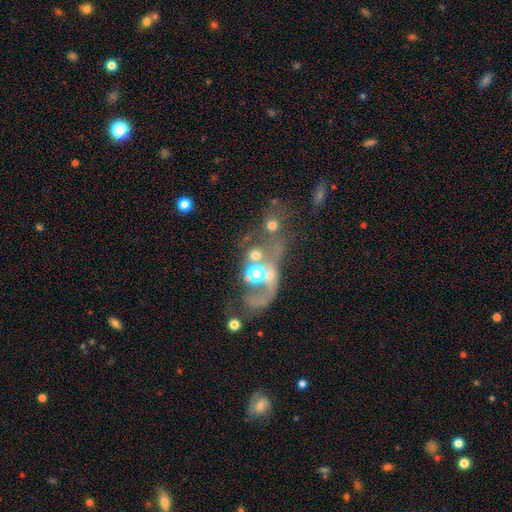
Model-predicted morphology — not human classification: type=smooth (49%); merging=merger (42%).